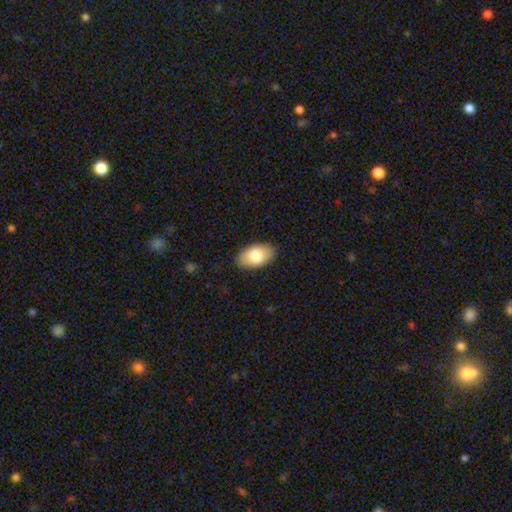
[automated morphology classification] smooth_or_featured: smooth (p=0.79) [alt: featured or disk p=0.15]
how_rounded: in between (p=0.94) [alt: round p=0.05]
merging: none (p=0.87) [alt: minor disturbance p=0.10]